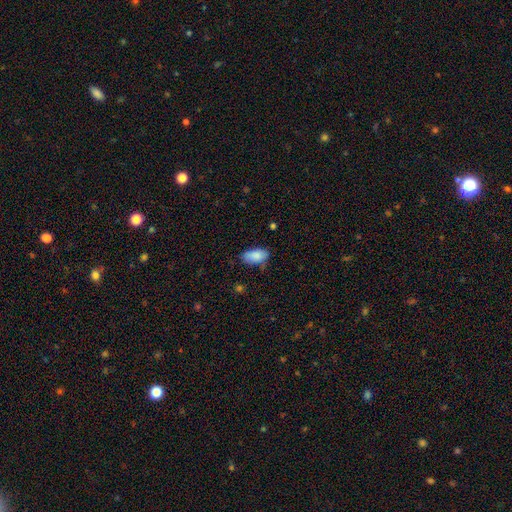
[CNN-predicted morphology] The model was most divided on "merging": none: 70%, minor disturbance: 24%, major disturbance: 4%, merger: 2%. More confident: how rounded — in between (93%); smooth or featured — smooth (87%).